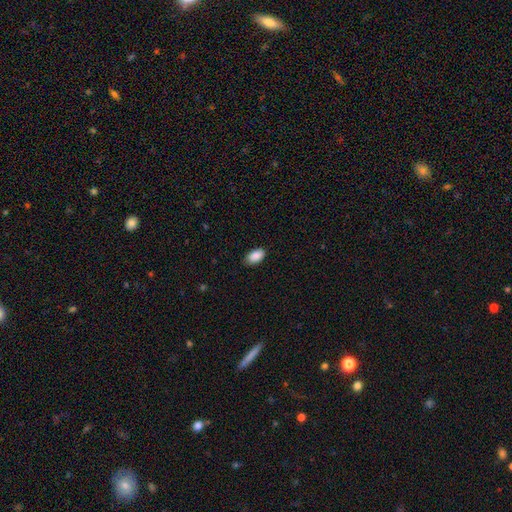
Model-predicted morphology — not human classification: type=smooth (89%); roundness=in between (94%); merging=none (81%).